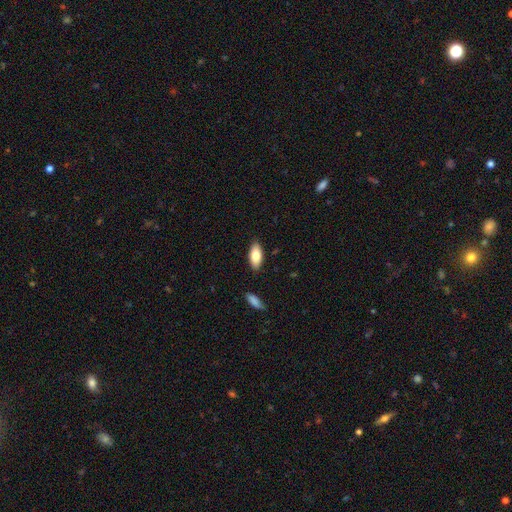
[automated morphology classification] Smooth or featured? smooth (80%)
How rounded? in between (87%)
Merging? none (86%)